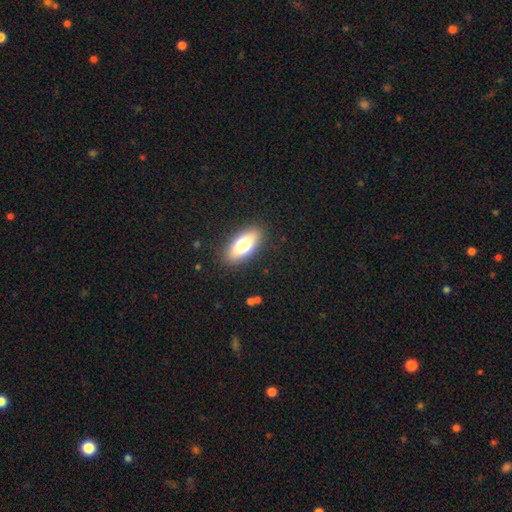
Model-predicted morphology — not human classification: Smooth or featured? smooth (72%)
How rounded? in between (81%)
Merging? none (89%)